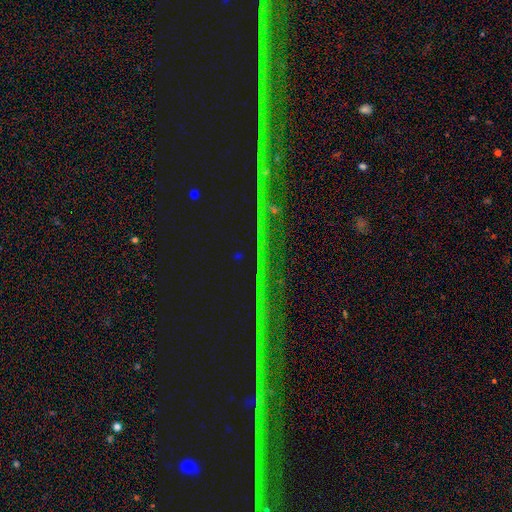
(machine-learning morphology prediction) star or artifact 86%, featured or disk 8%, smooth 6%.